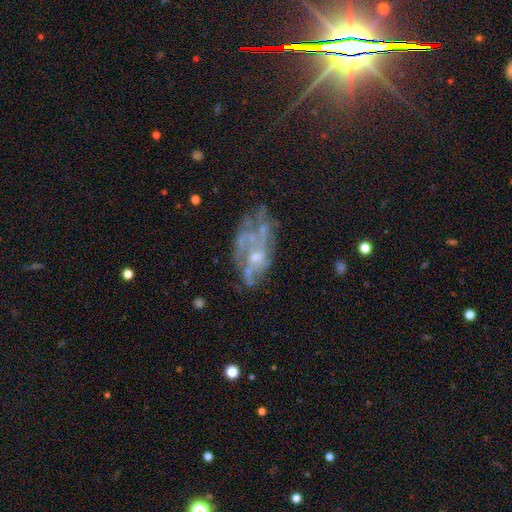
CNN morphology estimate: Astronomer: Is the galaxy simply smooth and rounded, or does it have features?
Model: featured or disk — 76%.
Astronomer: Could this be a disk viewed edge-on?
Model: no — 96%.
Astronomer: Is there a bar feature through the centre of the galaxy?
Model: no — 74%.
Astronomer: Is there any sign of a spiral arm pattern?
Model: yes — 61% (runner-up: no, 39%).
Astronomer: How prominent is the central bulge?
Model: small — 49% (runner-up: moderate, 33%).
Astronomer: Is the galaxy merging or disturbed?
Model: none — 49%.